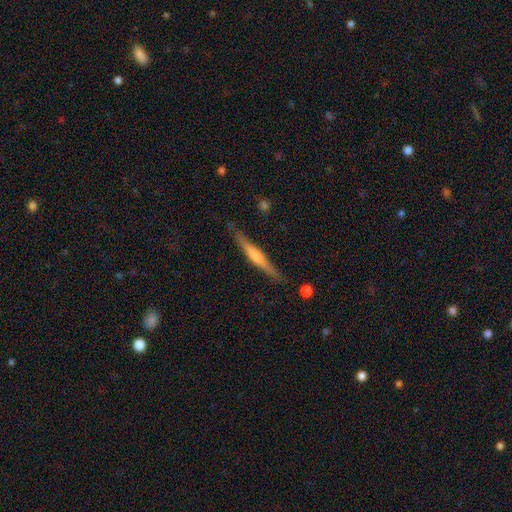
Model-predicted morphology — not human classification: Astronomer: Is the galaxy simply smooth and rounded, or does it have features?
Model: featured or disk — 68%.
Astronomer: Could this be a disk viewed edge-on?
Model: yes — 97%.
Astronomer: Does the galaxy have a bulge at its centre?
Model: rounded — 72%.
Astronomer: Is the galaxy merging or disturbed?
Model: none — 85%.